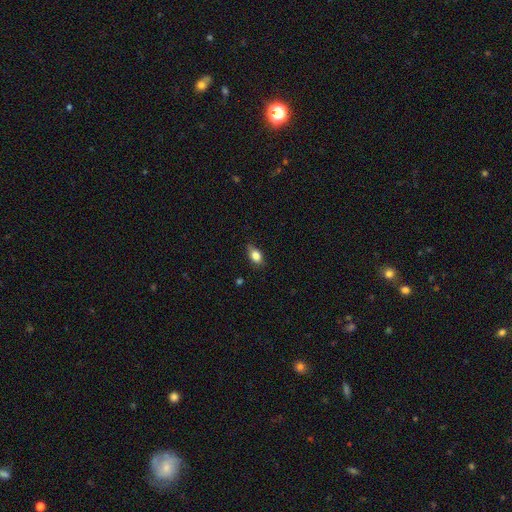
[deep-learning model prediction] A smooth galaxy with no disk features (82%) that is in between round and cigar-shaped (81%). Merging: none (72%).